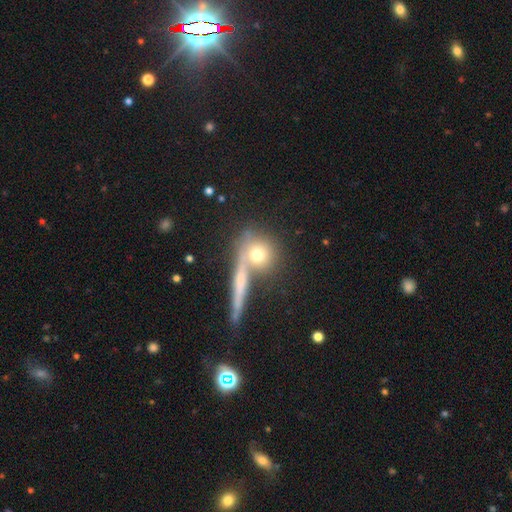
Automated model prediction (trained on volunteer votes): A smooth galaxy with no disk features (57%) that is round (79%). Merging: none (58%).